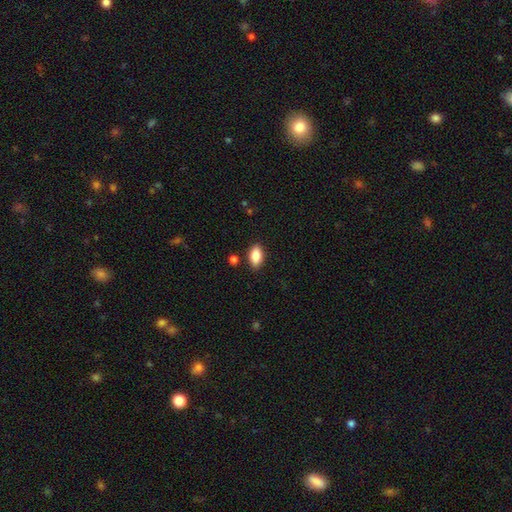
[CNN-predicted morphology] A smooth galaxy with no disk features (87%) that is in between round and cigar-shaped (92%). Merging: none (86%).